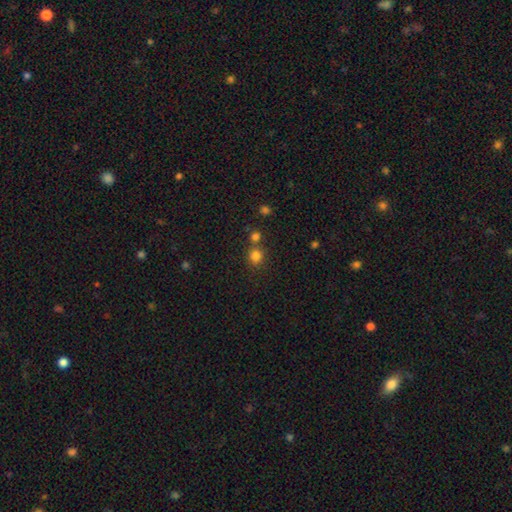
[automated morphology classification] Smooth or featured: smooth — 79% (star or artifact — 15%)
How rounded: round — 86% (in between — 13%)
Merging: none — 67% (merger — 22%)